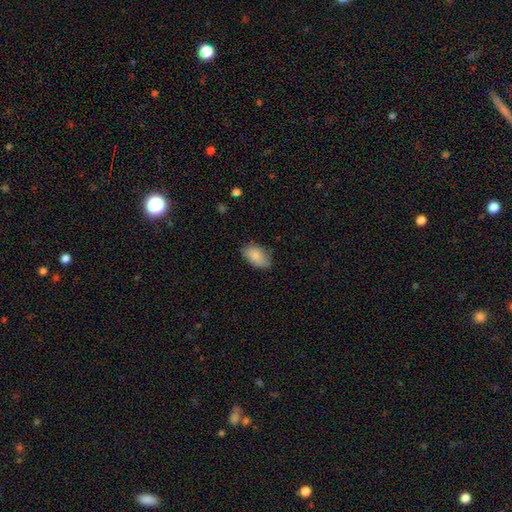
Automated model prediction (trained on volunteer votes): A smooth galaxy with no disk features (85%) that is in between round and cigar-shaped (92%).

Vote fractions:
- Smooth or featured? smooth: 85% / featured or disk: 8% / star or artifact: 7%
- How rounded? in between: 92% / round: 7% / cigar-shaped: 2%
- Merging? none: 78% / minor disturbance: 18% / major disturbance: 3% / merger: 1%